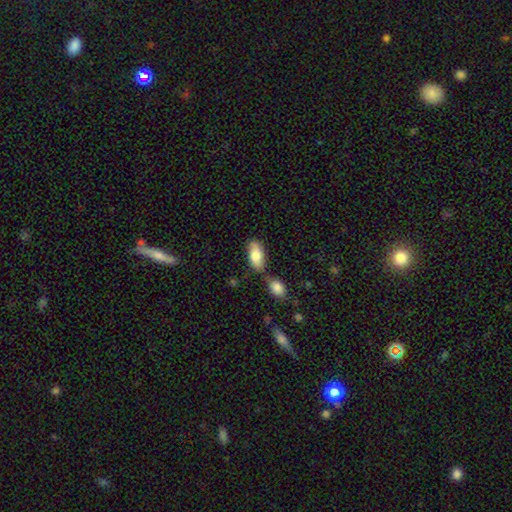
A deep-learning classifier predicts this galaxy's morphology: This is likely a smooth galaxy (77%). How rounded: clearly in between (89%). Merging: possibly none (57%).